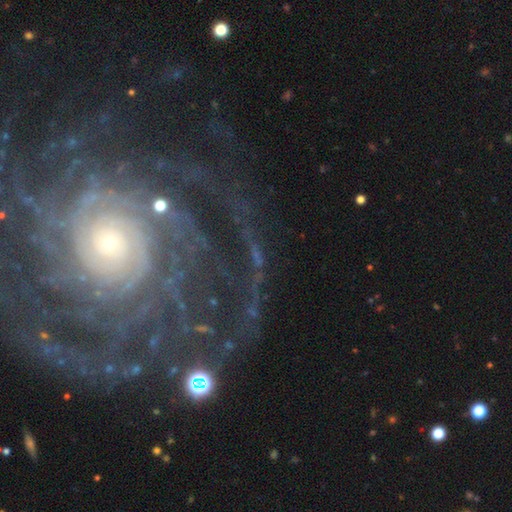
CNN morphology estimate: Overall: featured or disk (81%). Edge-on disk: no (96%). Bar: no (65%). Spiral arms: yes (95%). Spiral arm count: can't tell (24%; more than 4 19%). Spiral winding: tight (71%). Bulge size: small (70%). Merging: none (70%).